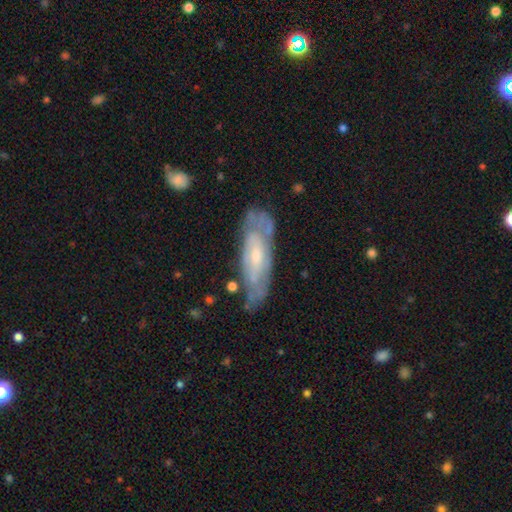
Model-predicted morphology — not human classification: featured or disk 68%, smooth 26%, star or artifact 6%. Down the decision tree: edge-on disk — no (79%); bar — no (55%); spiral arms — yes (69%); bulge size — small (60%); merging — none (65%).